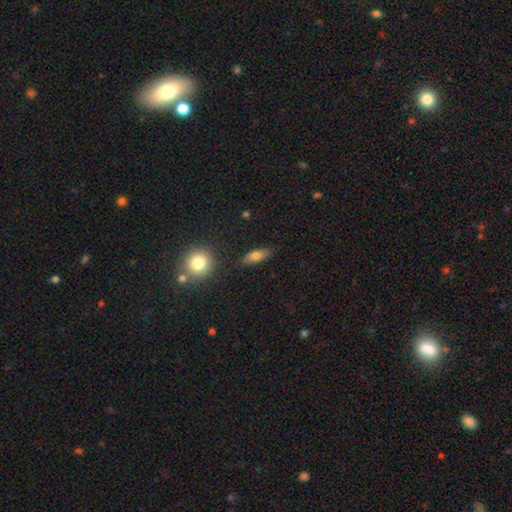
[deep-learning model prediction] smooth-or-featured: smooth: 72% | featured or disk: 19% | star or artifact: 8%
  how-rounded: in between: 61% | cigar-shaped: 33% | round: 6%
  merging: none: 82% | minor disturbance: 12% | major disturbance: 3% | merger: 3%